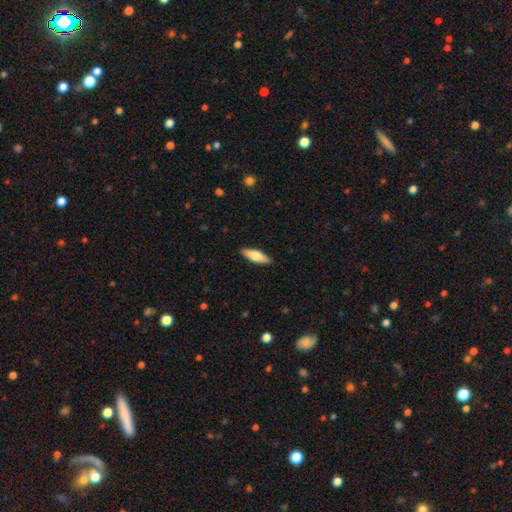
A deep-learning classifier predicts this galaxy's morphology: Smooth or featured?
  - smooth: 67% *
  - featured or disk: 27%
  - star or artifact: 6%
How rounded?
  - in between: 52% *
  - cigar-shaped: 46%
  - round: 2%
Merging?
  - none: 89% *
  - minor disturbance: 8%
  - major disturbance: 2%
  - merger: 1%